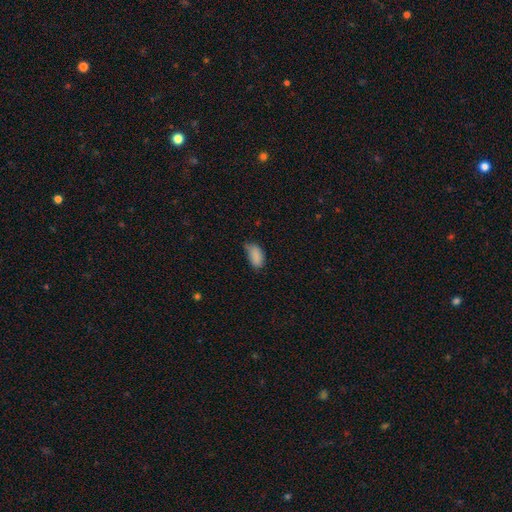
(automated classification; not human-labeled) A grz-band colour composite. It shows a smooth galaxy with no disk features (85%) that is in between round and cigar-shaped (93%). Merging: none (47%).